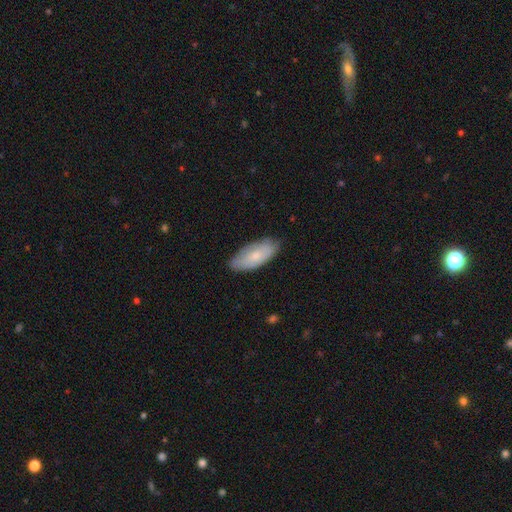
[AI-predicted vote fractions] smooth-or-featured: smooth: 68% | featured or disk: 26% | star or artifact: 6%
  how-rounded: in between: 86% | cigar-shaped: 12% | round: 2%
  merging: none: 77% | minor disturbance: 19% | major disturbance: 3% | merger: 1%